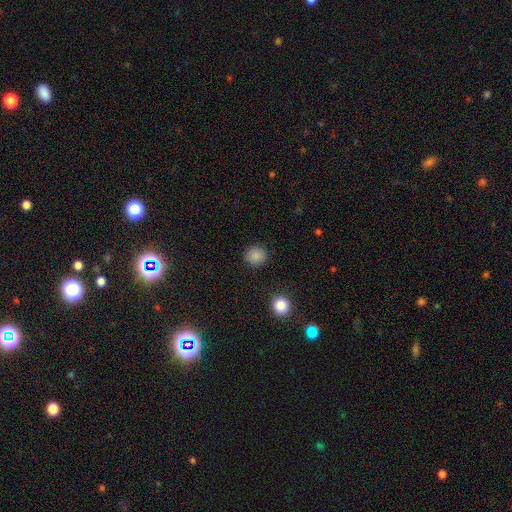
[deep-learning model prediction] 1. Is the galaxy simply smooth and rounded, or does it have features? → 86% smooth, 10% star or artifact, 4% featured or disk.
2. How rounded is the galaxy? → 88% round, 11% in between, 1% cigar-shaped.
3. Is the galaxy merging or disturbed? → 90% none, 6% minor disturbance, 2% major disturbance, 1% merger.